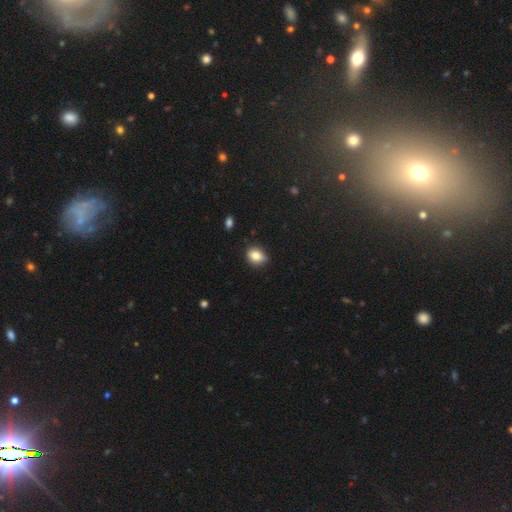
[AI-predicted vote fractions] Smooth or featured? Predicted: smooth (p=0.81). How rounded? Predicted: in between (p=0.53). Merging? Predicted: none (p=0.69).